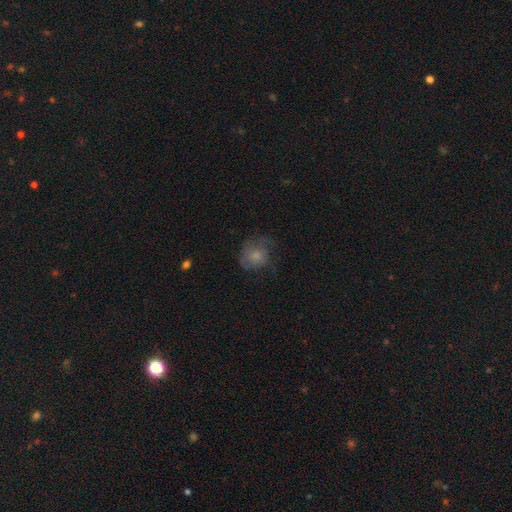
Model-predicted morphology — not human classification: Smooth or featured?
  - smooth: 60% *
  - featured or disk: 30%
  - star or artifact: 10%
How rounded?
  - round: 74% *
  - in between: 25%
  - cigar-shaped: 1%
Merging?
  - none: 48% *
  - minor disturbance: 26%
  - major disturbance: 25%
  - merger: 2%